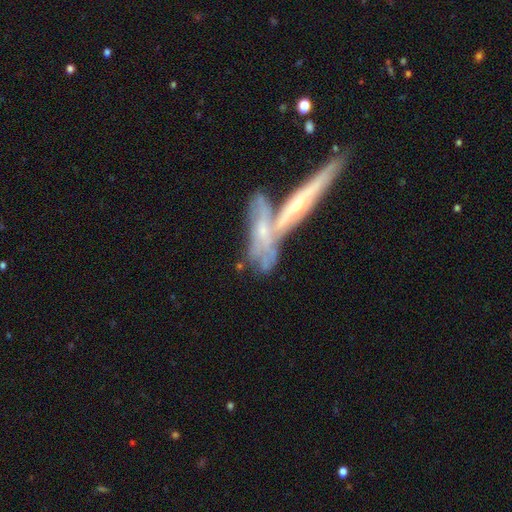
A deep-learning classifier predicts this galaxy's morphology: featured or disk 71%, smooth 22%, star or artifact 7%. Down the decision tree: edge-on disk — yes (62%); merging — merger (46%).